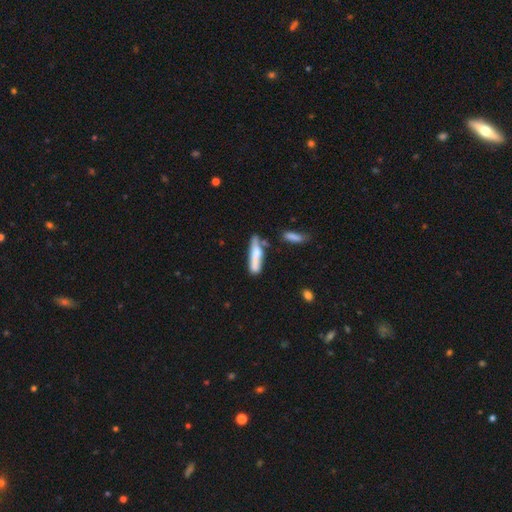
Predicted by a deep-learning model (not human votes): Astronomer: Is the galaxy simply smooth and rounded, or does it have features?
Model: smooth — 59% (runner-up: featured or disk, 34%).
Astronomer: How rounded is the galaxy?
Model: cigar-shaped — 80%.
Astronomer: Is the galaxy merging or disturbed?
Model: none — 53%.